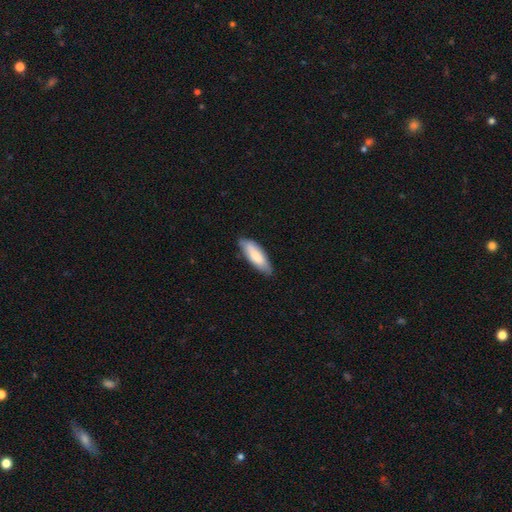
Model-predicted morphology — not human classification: Smooth or featured: smooth — 73% (featured or disk — 22%)
How rounded: in between — 63% (cigar-shaped — 36%)
Merging: none — 76% (minor disturbance — 20%)